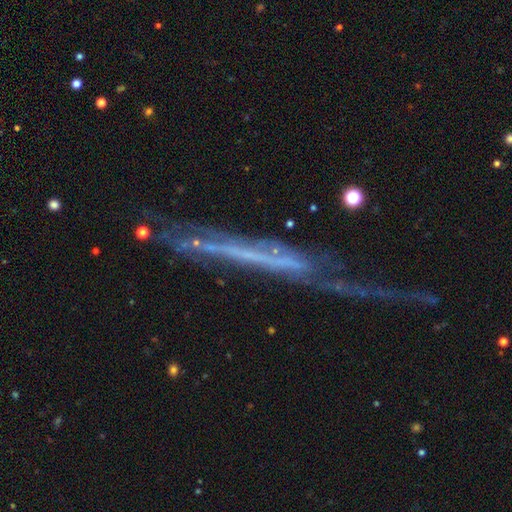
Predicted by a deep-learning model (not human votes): Smooth or featured? Predicted: featured or disk (p=0.65). Edge-on disk? Predicted: yes (p=0.78). Edge-on bulge? Predicted: none (p=0.88). Merging? Predicted: none (p=0.41).